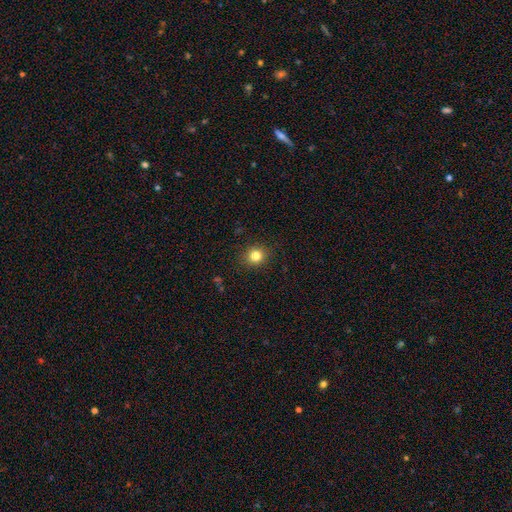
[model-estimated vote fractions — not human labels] The model was most divided on "smooth or featured": smooth: 82%, star or artifact: 12%, featured or disk: 6%. More confident: merging — none (90%); how rounded — round (85%).